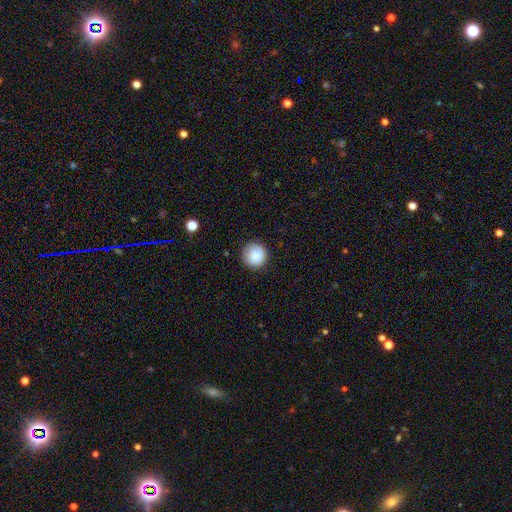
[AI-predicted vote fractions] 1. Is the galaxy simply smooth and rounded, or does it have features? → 88% smooth, 8% star or artifact, 4% featured or disk.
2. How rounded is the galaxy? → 95% round, 4% in between, 1% cigar-shaped.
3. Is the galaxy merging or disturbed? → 89% none, 8% minor disturbance, 2% major disturbance, 1% merger.